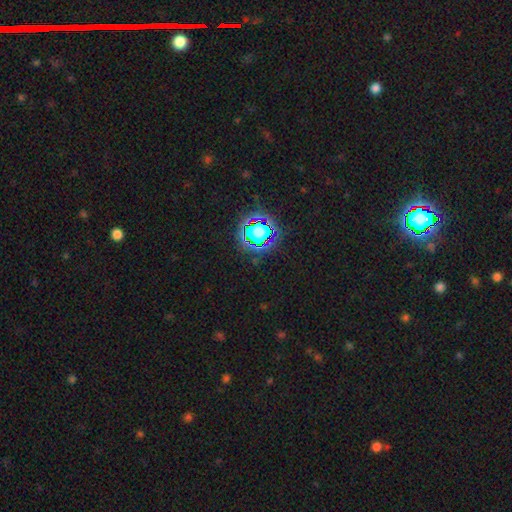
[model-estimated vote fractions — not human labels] This appears to be a star or artifact, not a galaxy (79%).